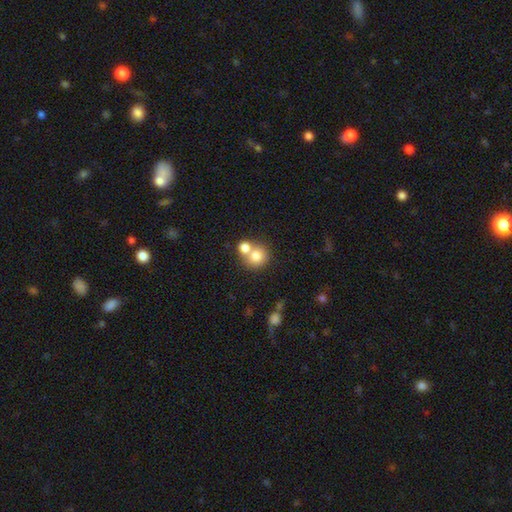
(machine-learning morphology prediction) The model was most divided on "merging": merger: 50%, none: 41%, minor disturbance: 6%, major disturbance: 3%. More confident: how rounded — round (85%); smooth or featured — smooth (76%).